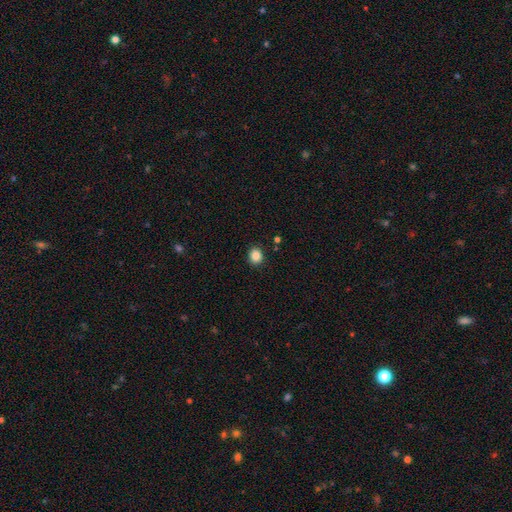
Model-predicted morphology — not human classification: Q: Smooth or featured?
A: smooth (86%); runner-up: star or artifact (10%)
Q: How rounded?
A: round (75%); runner-up: in between (24%)
Q: Merging?
A: none (90%); runner-up: minor disturbance (7%)